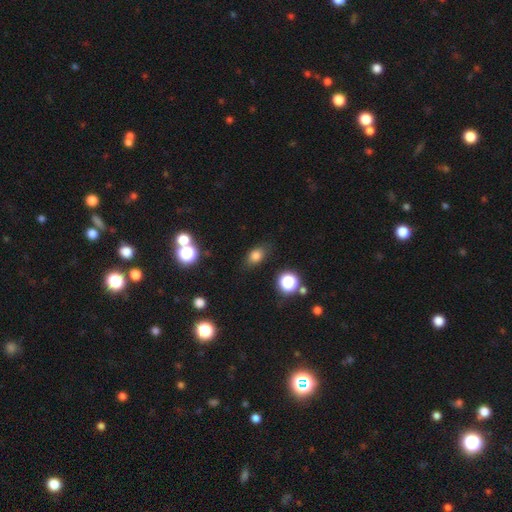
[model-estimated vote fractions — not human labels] Smooth or featured: smooth — 78% (star or artifact — 14%)
How rounded: in between — 74% (round — 23%)
Merging: none — 81% (minor disturbance — 13%)